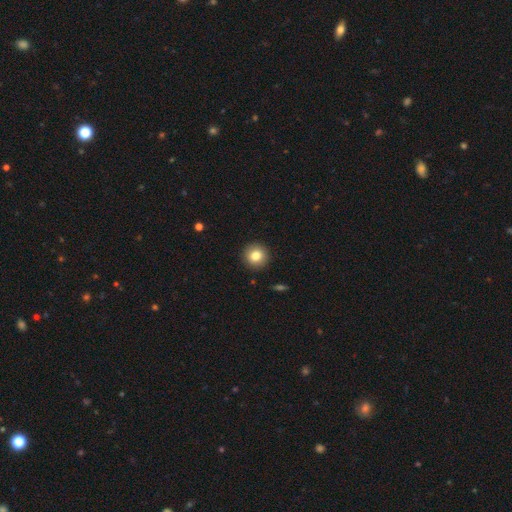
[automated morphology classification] Smooth or featured: smooth — 82% (star or artifact — 10%)
How rounded: round — 94% (in between — 5%)
Merging: none — 92% (minor disturbance — 5%)